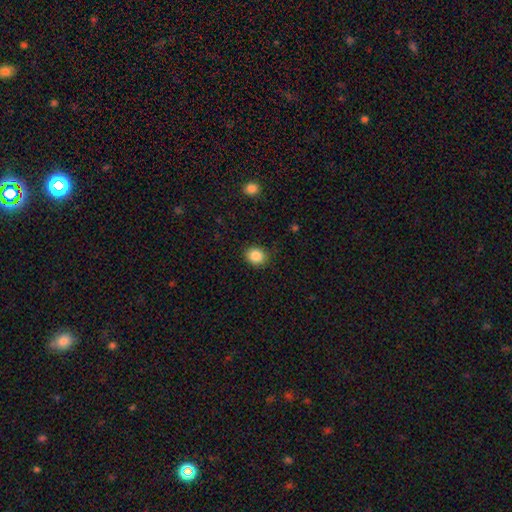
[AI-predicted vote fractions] Smooth or featured?
  - smooth: 86% *
  - star or artifact: 9%
  - featured or disk: 4%
How rounded?
  - round: 68% *
  - in between: 31%
  - cigar-shaped: 1%
Merging?
  - none: 88% *
  - minor disturbance: 9%
  - major disturbance: 2%
  - merger: 1%